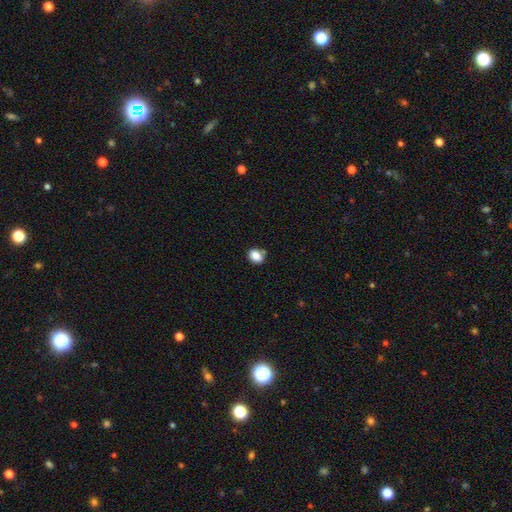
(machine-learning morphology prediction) Smooth or featured: smooth — 85% (star or artifact — 10%)
How rounded: in between — 62% (round — 37%)
Merging: none — 71% (minor disturbance — 17%)